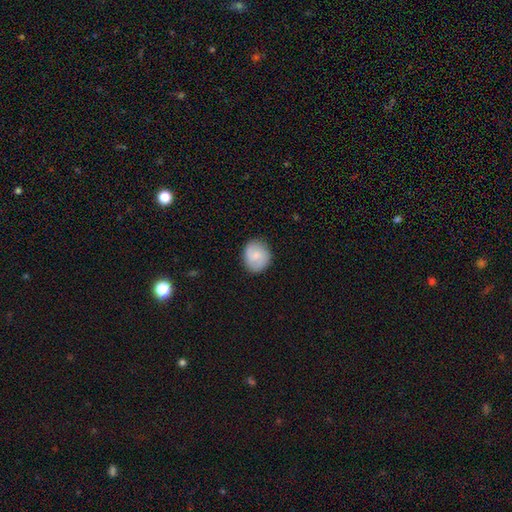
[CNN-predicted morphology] Q: Smooth or featured?
A: smooth (70%); runner-up: featured or disk (24%)
Q: How rounded?
A: round (77%); runner-up: in between (22%)
Q: Merging?
A: none (85%); runner-up: minor disturbance (12%)